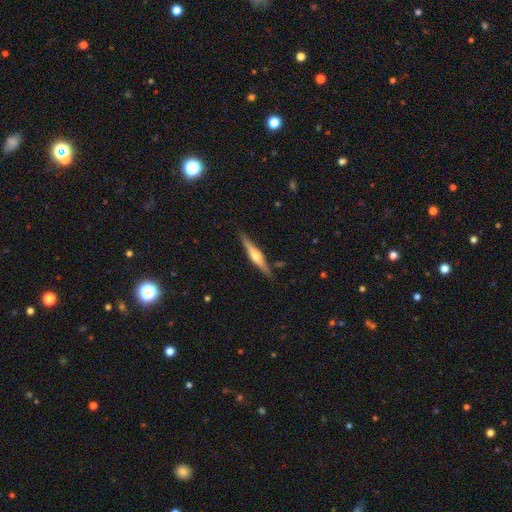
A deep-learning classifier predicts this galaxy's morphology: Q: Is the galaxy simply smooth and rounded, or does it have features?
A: featured or disk — 70%.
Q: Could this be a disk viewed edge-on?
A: yes — 97%.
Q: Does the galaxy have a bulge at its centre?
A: rounded — 88%.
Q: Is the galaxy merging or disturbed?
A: none — 87%.